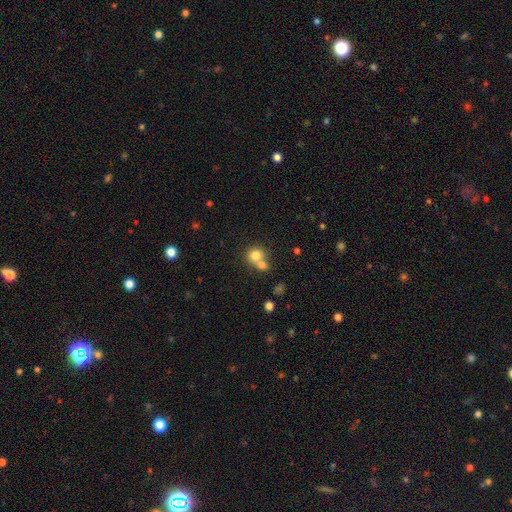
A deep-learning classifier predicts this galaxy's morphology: Smooth or featured? smooth (77%)
How rounded? round (80%)
Merging? merger (51%)